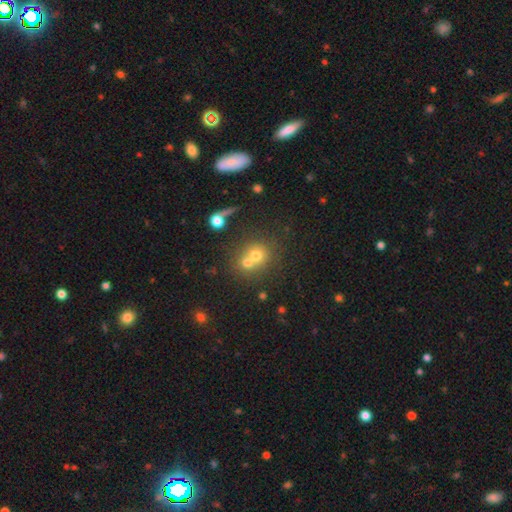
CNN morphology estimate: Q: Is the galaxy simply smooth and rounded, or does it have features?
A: smooth — 65%.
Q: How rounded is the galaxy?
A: round — 82%.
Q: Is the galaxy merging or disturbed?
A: merger — 50%.